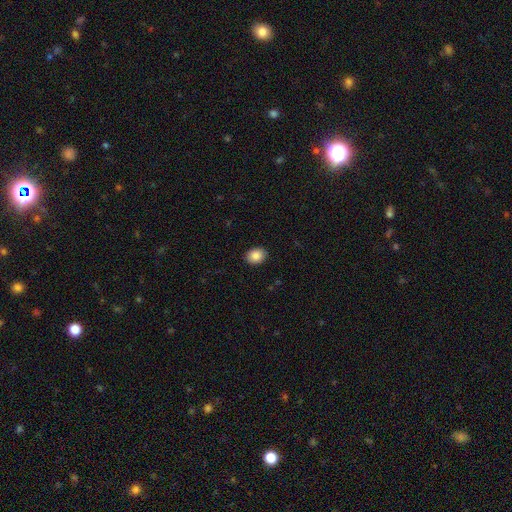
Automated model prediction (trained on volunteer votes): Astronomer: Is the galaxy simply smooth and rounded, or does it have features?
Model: smooth — 88%.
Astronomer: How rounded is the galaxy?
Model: in between — 53% (runner-up: round, 46%).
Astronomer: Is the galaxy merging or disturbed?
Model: none — 90%.